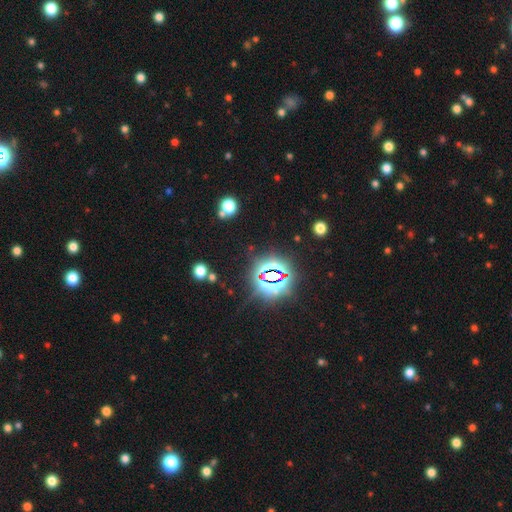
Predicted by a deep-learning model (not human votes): smooth_or_featured: star or artifact (p=0.83) [alt: smooth p=0.10]